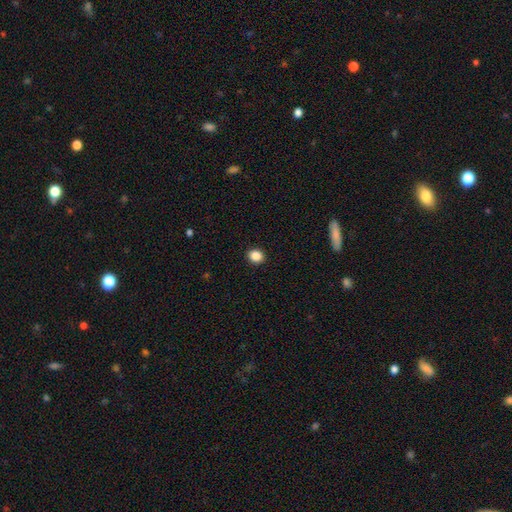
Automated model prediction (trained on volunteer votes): smooth-or-featured: smooth: 87% | star or artifact: 10% | featured or disk: 3%
  how-rounded: round: 73% | in between: 26% | cigar-shaped: 1%
  merging: none: 92% | minor disturbance: 5% | major disturbance: 2% | merger: 1%